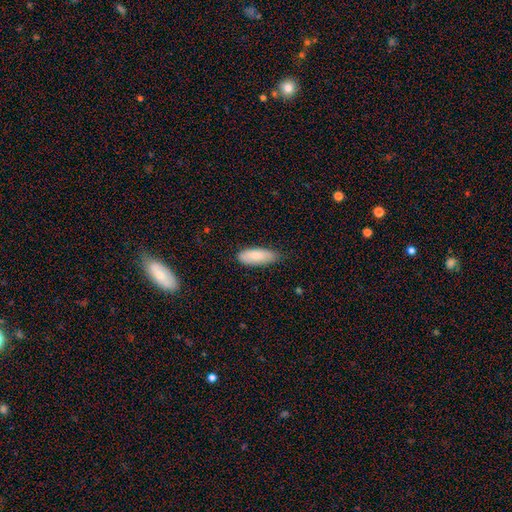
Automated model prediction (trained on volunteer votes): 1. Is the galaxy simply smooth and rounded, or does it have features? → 83% smooth, 11% featured or disk, 6% star or artifact.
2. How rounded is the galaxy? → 78% in between, 20% cigar-shaped, 2% round.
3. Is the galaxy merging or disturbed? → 71% none, 25% minor disturbance, 3% major disturbance, 1% merger.